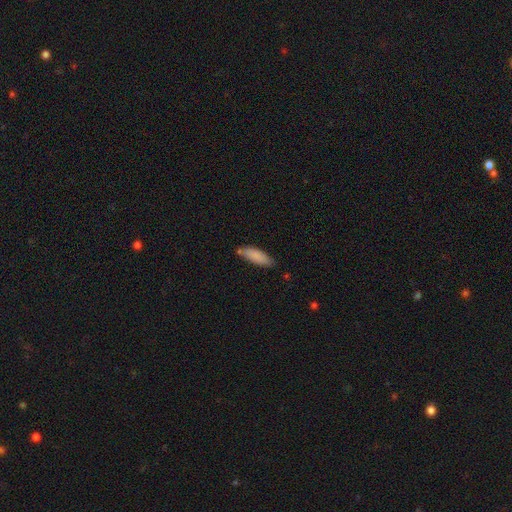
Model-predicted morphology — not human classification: smooth 86%, featured or disk 8%, star or artifact 6%. Down the decision tree: how rounded — in between (57%); merging — none (69%).